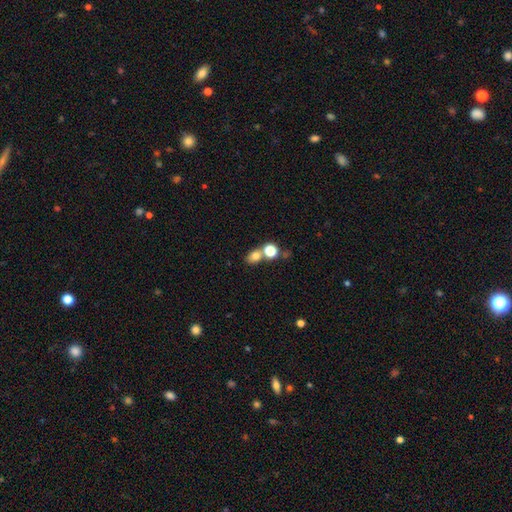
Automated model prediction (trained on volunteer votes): The model was most divided on "merging": none: 48%, merger: 38%, minor disturbance: 9%, major disturbance: 4%. More confident: smooth or featured — smooth (76%); how rounded — in between (56%).